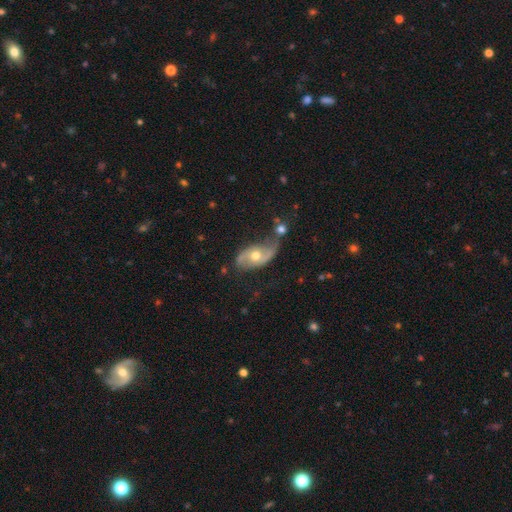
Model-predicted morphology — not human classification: Overall: featured or disk (73%). Edge-on disk: no (93%). Bar: no (70%). Spiral arms: yes (85%). Spiral arm count: 2 (84%). Spiral winding: loose (54%; medium 33%). Bulge size: moderate (72%). Merging: none (47%; minor disturbance 26%).